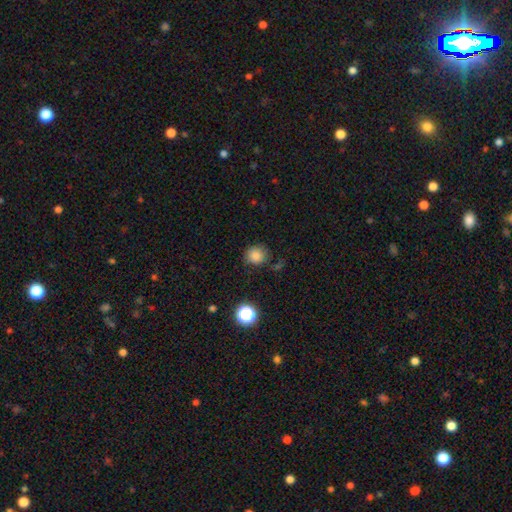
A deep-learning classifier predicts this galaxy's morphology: smooth 82%, star or artifact 13%, featured or disk 5%. Down the decision tree: how rounded — round (86%); merging — none (78%).